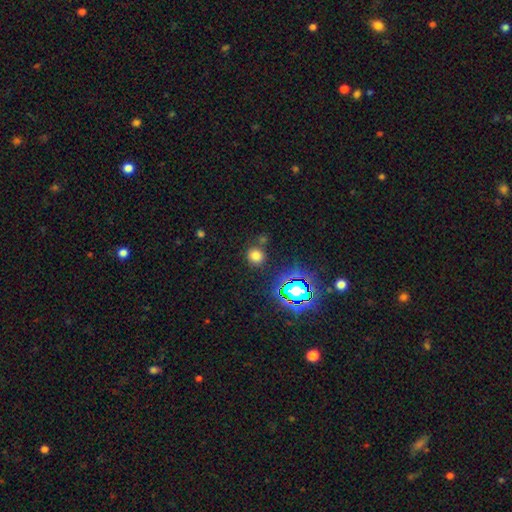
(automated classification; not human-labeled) smooth_or_featured: smooth (p=0.71) [alt: star or artifact p=0.23]
how_rounded: round (p=0.86) [alt: in between p=0.12]
merging: none (p=0.80) [alt: minor disturbance p=0.09]